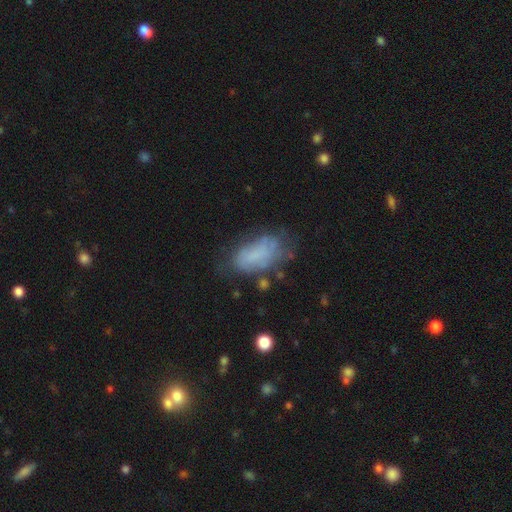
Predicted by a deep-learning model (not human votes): smooth_or_featured: smooth (p=0.61) [alt: featured or disk p=0.29]
how_rounded: in between (p=0.91) [alt: cigar-shaped p=0.05]
merging: none (p=0.50) [alt: minor disturbance p=0.28]